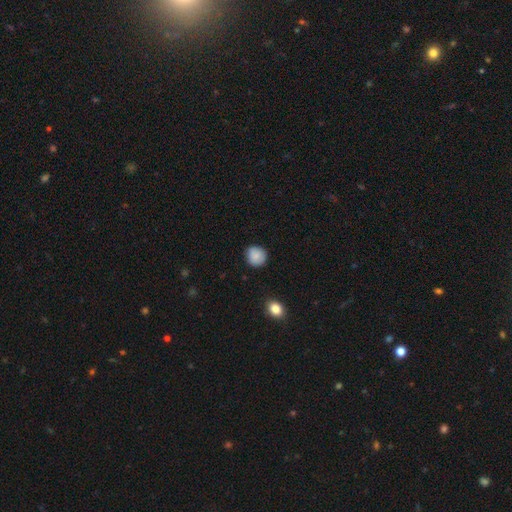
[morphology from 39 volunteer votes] smooth 92%, featured or disk 5%, star or artifact 3%. Down the decision tree: how rounded — round (89%); merging — none (84%).